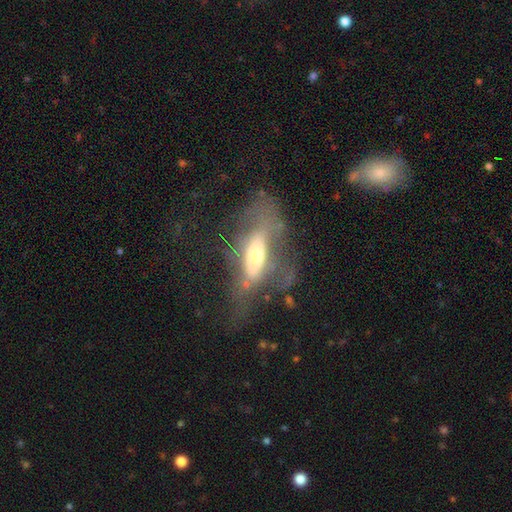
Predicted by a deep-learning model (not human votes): Smooth or featured: featured or disk — 58% (smooth — 32%)
Edge-on disk: no — 68% (yes — 32%)
Merging: major disturbance — 43% (none — 32%)